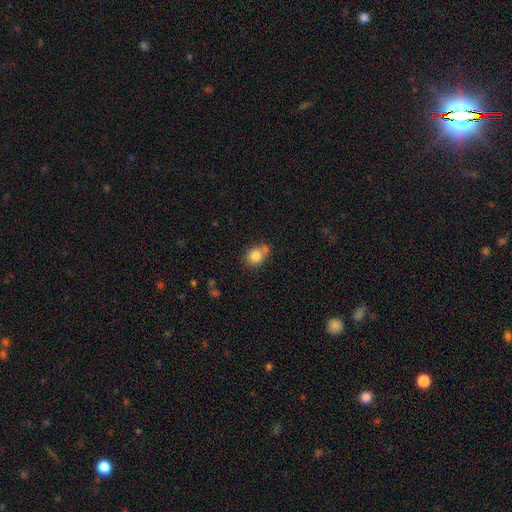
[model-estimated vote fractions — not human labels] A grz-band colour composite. It shows a smooth galaxy with no disk features (82%) that is round (64%). Merging: none (57%).